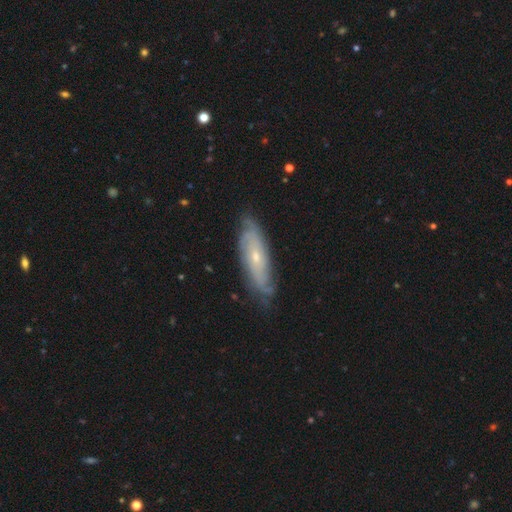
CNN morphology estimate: Smooth or featured: featured or disk — 65% (smooth — 26%)
Edge-on disk: no — 68% (yes — 32%)
Merging: none — 83% (minor disturbance — 13%)